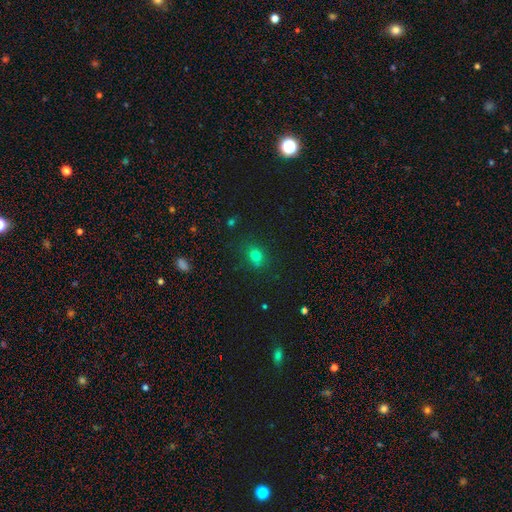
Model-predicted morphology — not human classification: A smooth galaxy with no disk features (74%) that is round (58%).

Vote fractions:
- Smooth or featured? smooth: 74% / star or artifact: 18% / featured or disk: 7%
- How rounded? round: 58% / in between: 40% / cigar-shaped: 1%
- Merging? none: 79% / minor disturbance: 14% / major disturbance: 4% / merger: 3%